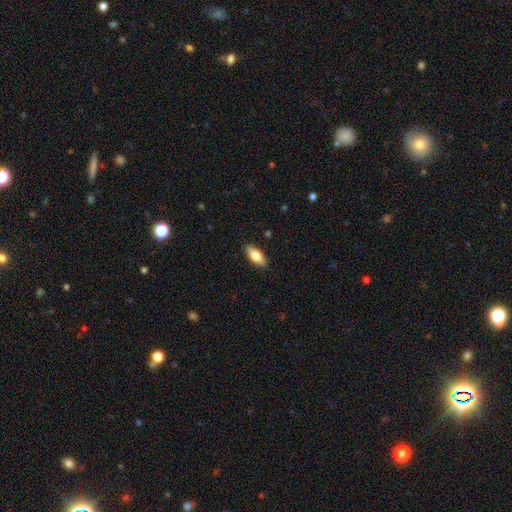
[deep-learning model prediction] The model was most divided on "smooth or featured": smooth: 75%, featured or disk: 19%, star or artifact: 6%. More confident: merging — none (89%); how rounded — in between (81%).